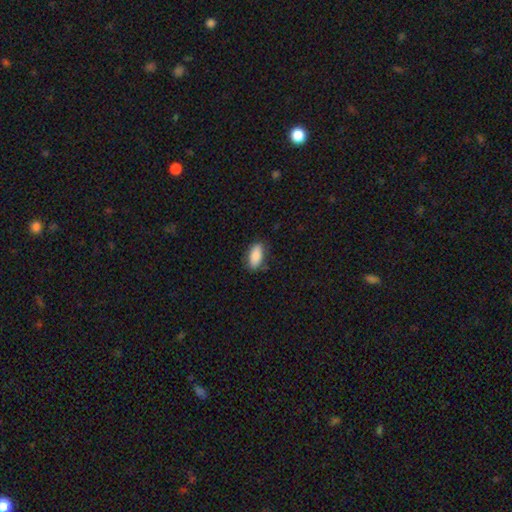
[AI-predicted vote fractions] A smooth galaxy with no disk features (87%) that is in between round and cigar-shaped (88%).

Vote fractions:
- Smooth or featured? smooth: 87% / star or artifact: 7% / featured or disk: 7%
- How rounded? in between: 88% / cigar-shaped: 9% / round: 3%
- Merging? none: 79% / minor disturbance: 16% / major disturbance: 3% / merger: 1%